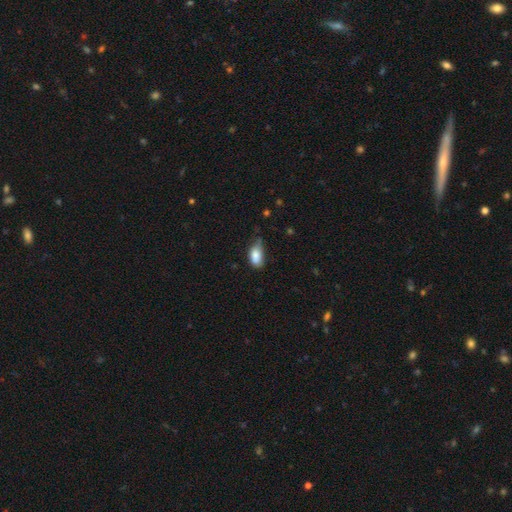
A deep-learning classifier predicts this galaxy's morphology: smooth-or-featured: smooth: 82% | featured or disk: 10% | star or artifact: 8%
  how-rounded: in between: 90% | round: 5% | cigar-shaped: 4%
  merging: minor disturbance: 46% | none: 36% | major disturbance: 14% | merger: 3%